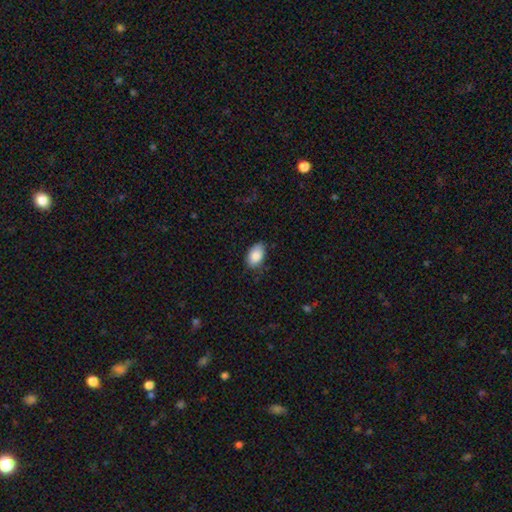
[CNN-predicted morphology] smooth 87%, star or artifact 7%, featured or disk 6%. Down the decision tree: how rounded — in between (92%); merging — none (75%).